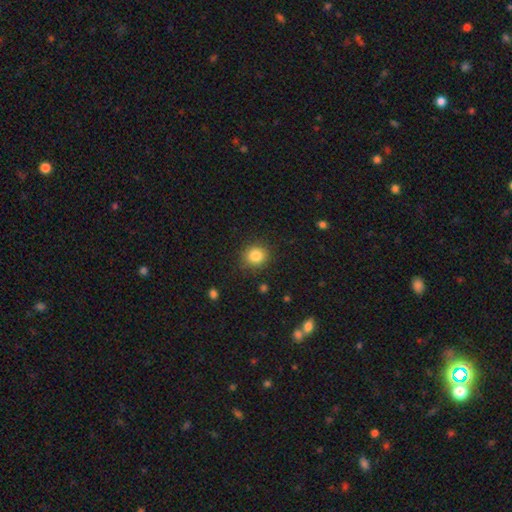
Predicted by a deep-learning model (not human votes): Overall: smooth (84%). How rounded: round (86%). Merging: none (87%).